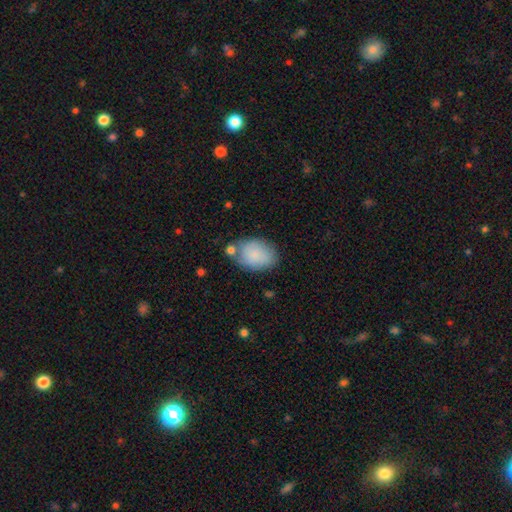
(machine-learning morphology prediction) smooth 83%, featured or disk 10%, star or artifact 7%. Down the decision tree: how rounded — in between (77%); merging — none (63%).